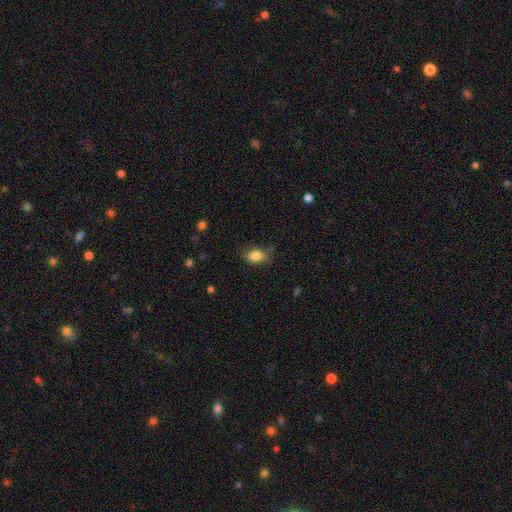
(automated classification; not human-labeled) The model was most divided on "merging": none: 68%, minor disturbance: 24%, major disturbance: 6%, merger: 2%. More confident: smooth or featured — smooth (82%); how rounded — in between (77%).